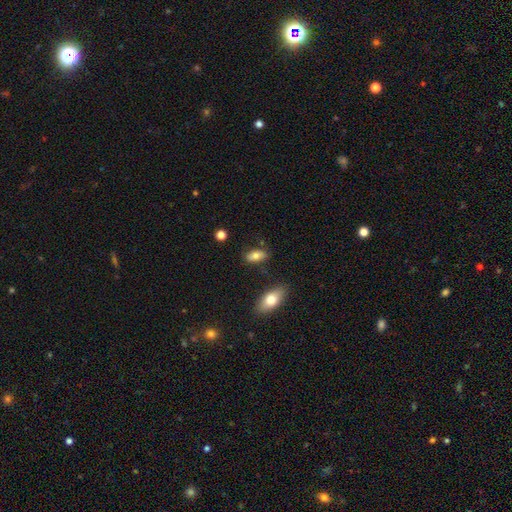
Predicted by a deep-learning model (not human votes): Smooth or featured?
  - smooth: 77% *
  - featured or disk: 16%
  - star or artifact: 8%
How rounded?
  - in between: 85% *
  - cigar-shaped: 11%
  - round: 4%
Merging?
  - none: 79% *
  - minor disturbance: 14%
  - merger: 4%
  - major disturbance: 3%